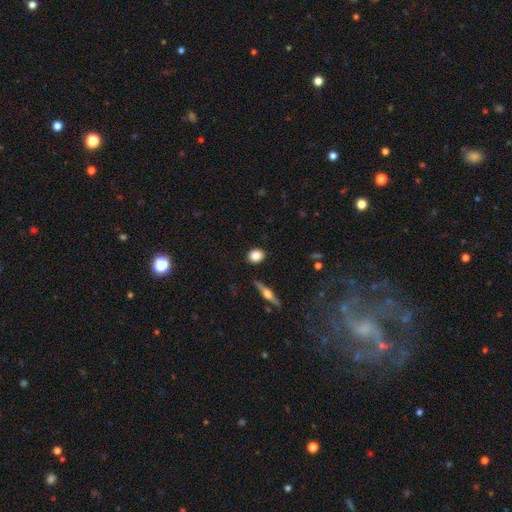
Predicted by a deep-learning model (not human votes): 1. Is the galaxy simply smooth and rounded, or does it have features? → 83% smooth, 10% featured or disk, 8% star or artifact.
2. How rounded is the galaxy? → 67% round, 30% in between, 3% cigar-shaped.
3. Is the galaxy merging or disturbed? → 88% none, 8% minor disturbance, 2% major disturbance, 2% merger.